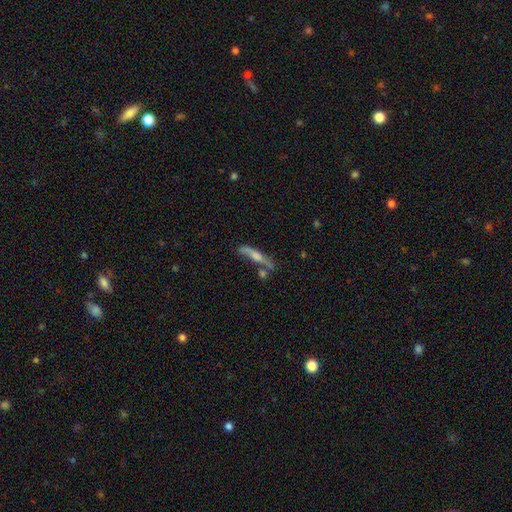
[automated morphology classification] Overall: featured or disk (59%; smooth 32%). Edge-on disk: yes (85%). Edge-on bulge: rounded (76%). Merging: none (61%).